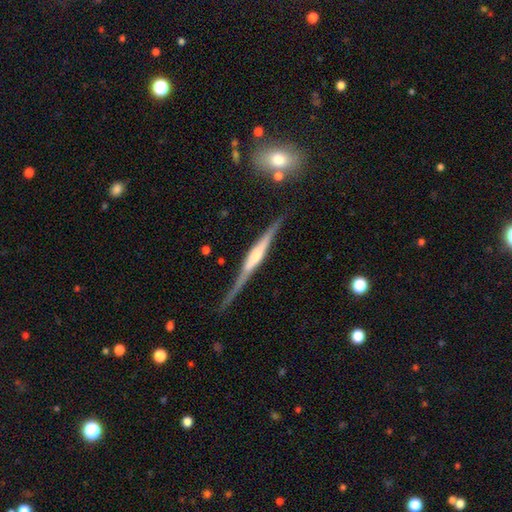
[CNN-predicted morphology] The model was most divided on "edge-on bulge": rounded: 51%, boxy: 34%, none: 16%. More confident: edge-on disk — yes (97%); smooth or featured — featured or disk (78%); merging — none (78%).